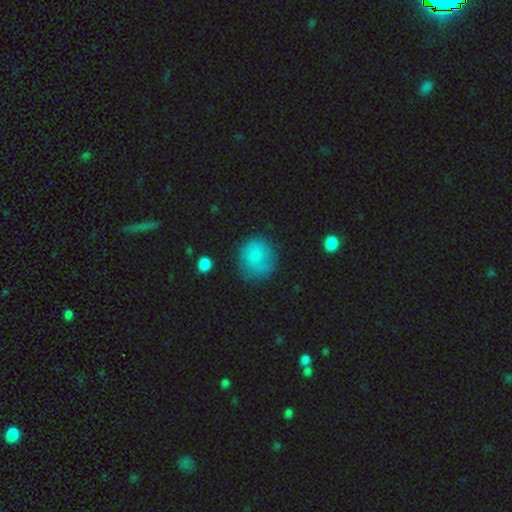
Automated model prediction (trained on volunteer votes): The model was most divided on "merging": none: 71%, minor disturbance: 21%, major disturbance: 7%, merger: 2%. More confident: how rounded — round (84%); smooth or featured — smooth (74%).